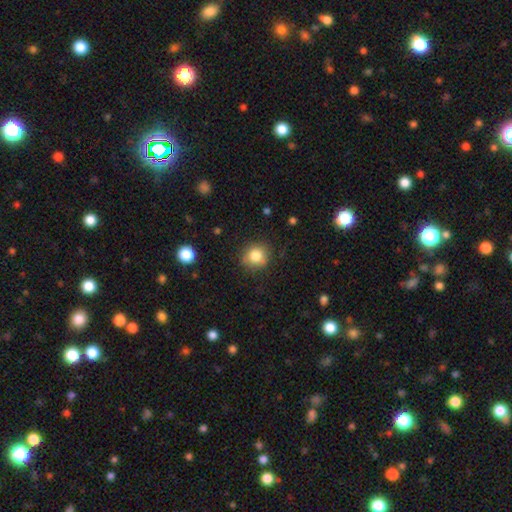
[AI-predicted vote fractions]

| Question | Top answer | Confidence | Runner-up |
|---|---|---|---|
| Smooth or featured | smooth | 83% | star or artifact (10%) |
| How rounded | round | 88% | in between (11%) |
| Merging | none | 84% | minor disturbance (11%) |